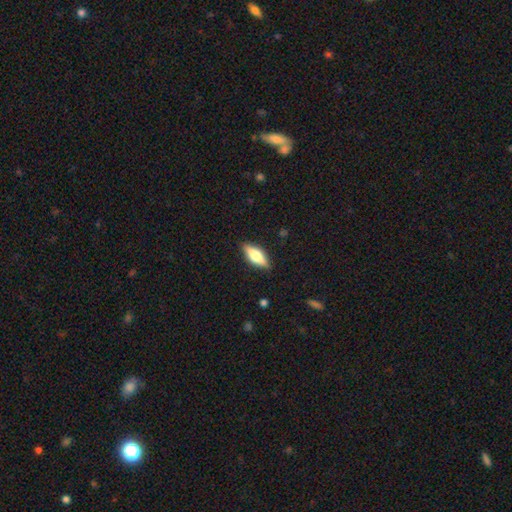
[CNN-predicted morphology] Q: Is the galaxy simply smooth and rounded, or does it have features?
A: smooth — 58%.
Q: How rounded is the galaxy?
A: in between — 67%.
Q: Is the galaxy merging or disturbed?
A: none — 87%.